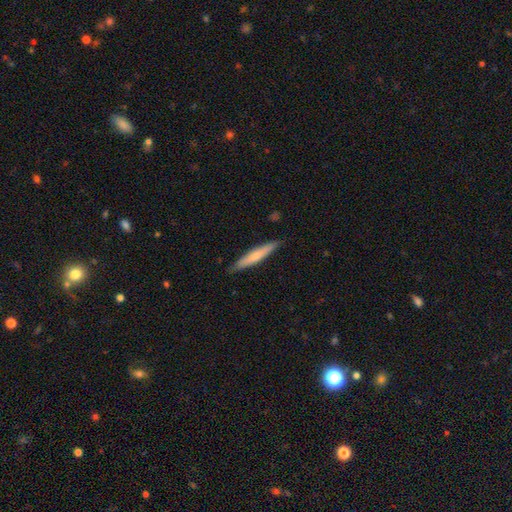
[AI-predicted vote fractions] Smooth or featured? Predicted: smooth (p=0.63). How rounded? Predicted: cigar-shaped (p=0.94). Merging? Predicted: none (p=0.88).